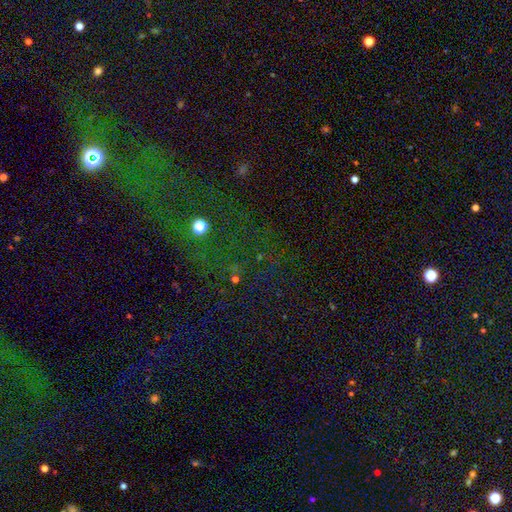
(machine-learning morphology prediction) type=star or artifact (73%).